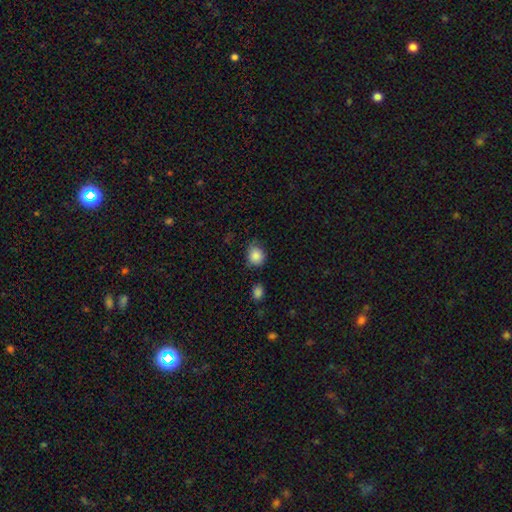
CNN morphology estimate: A smooth galaxy with no disk features (86%) that is round (72%). Merging: none (70%).